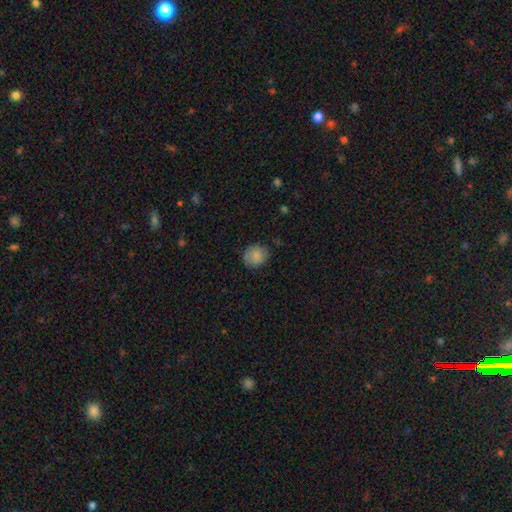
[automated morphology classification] This is clearly a smooth galaxy (84%). How rounded: likely round (76%). Merging: likely none (79%).